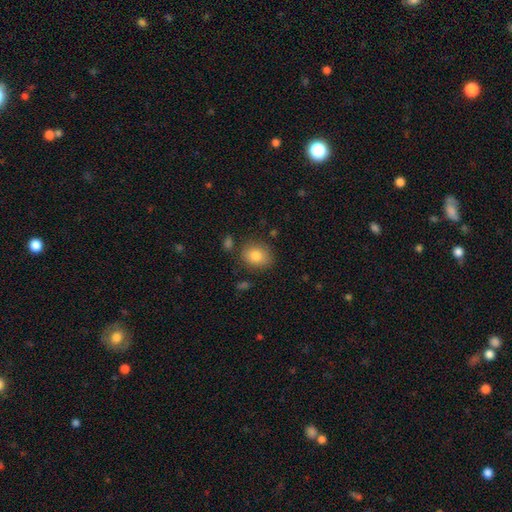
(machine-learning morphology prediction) This is clearly a smooth galaxy (83%). How rounded: possibly in between (51%). Merging: likely none (79%).